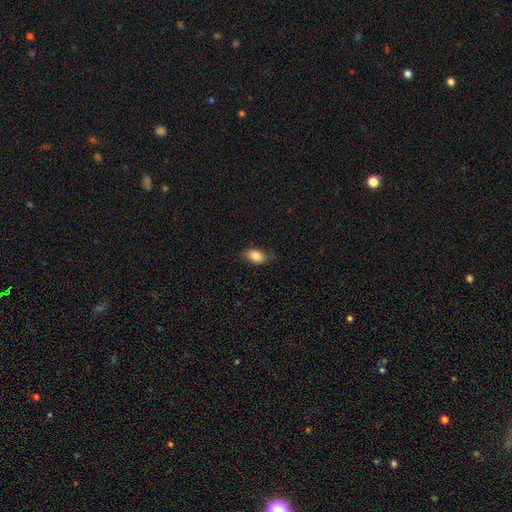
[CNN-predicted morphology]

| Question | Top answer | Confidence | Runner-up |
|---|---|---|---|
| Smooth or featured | smooth | 84% | featured or disk (9%) |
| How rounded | in between | 90% | round (8%) |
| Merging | none | 73% | minor disturbance (21%) |